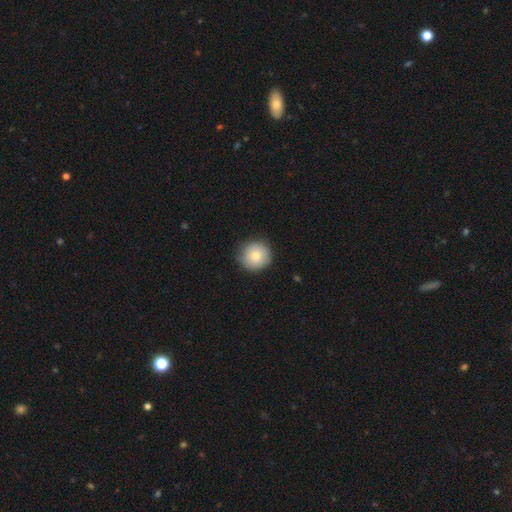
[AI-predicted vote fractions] Smooth or featured: smooth — 81% (featured or disk — 11%)
How rounded: round — 94% (in between — 5%)
Merging: none — 84% (minor disturbance — 12%)